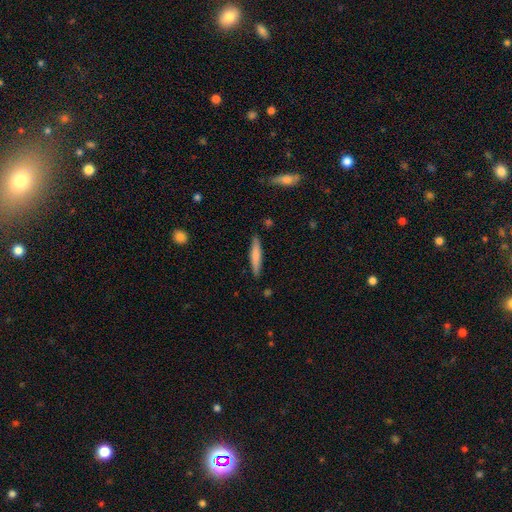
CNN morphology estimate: The model was most divided on "smooth or featured": smooth: 73%, featured or disk: 22%, star or artifact: 5%. More confident: how rounded — cigar-shaped (90%); merging — none (89%).